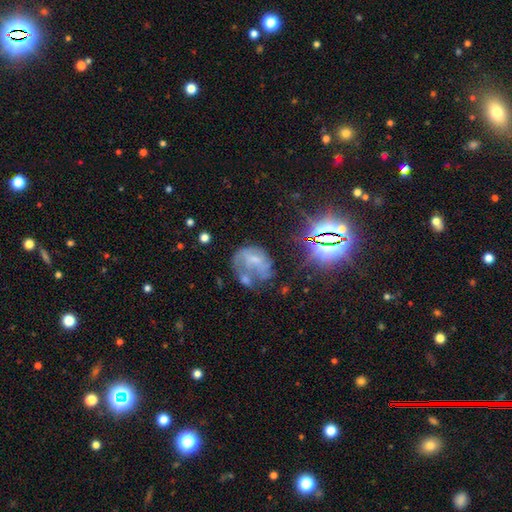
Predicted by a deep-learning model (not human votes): This appears to be a featured or disk galaxy (49%). Merging: none (32%).